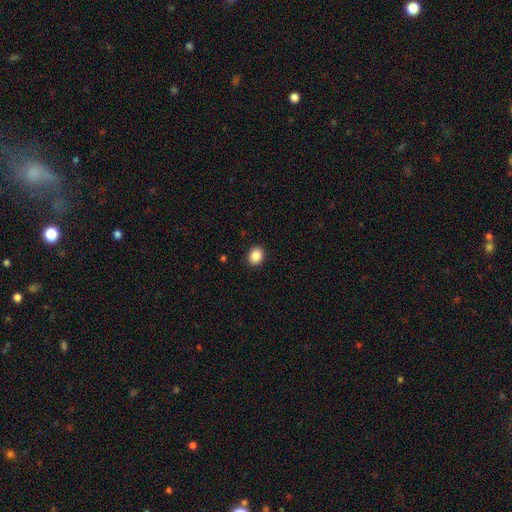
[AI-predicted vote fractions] Smooth or featured? Predicted: smooth (p=0.88). How rounded? Predicted: in between (p=0.53). Merging? Predicted: none (p=0.91).